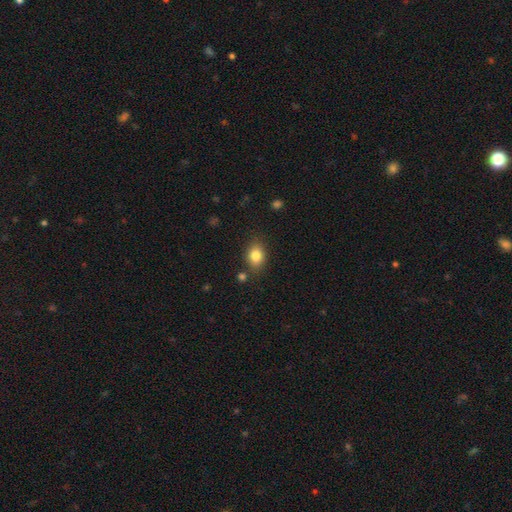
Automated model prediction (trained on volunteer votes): Smooth or featured?
  - smooth: 83% *
  - star or artifact: 10%
  - featured or disk: 8%
How rounded?
  - in between: 69% *
  - round: 29%
  - cigar-shaped: 1%
Merging?
  - none: 80% *
  - minor disturbance: 12%
  - merger: 4%
  - major disturbance: 3%